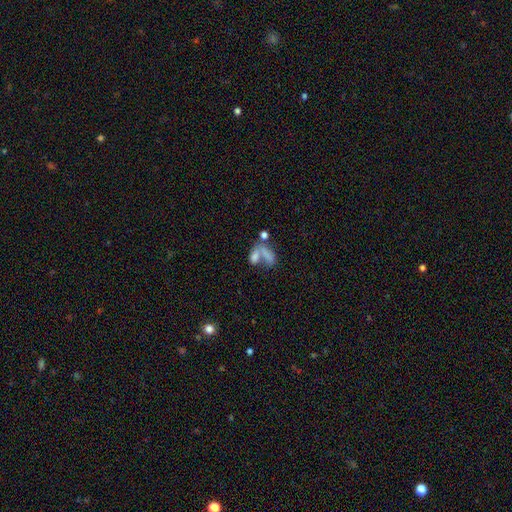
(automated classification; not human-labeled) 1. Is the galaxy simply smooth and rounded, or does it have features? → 63% smooth, 23% featured or disk, 14% star or artifact.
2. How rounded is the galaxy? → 72% in between, 16% round, 11% cigar-shaped.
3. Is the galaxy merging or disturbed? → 55% merger, 23% none, 14% major disturbance, 8% minor disturbance.